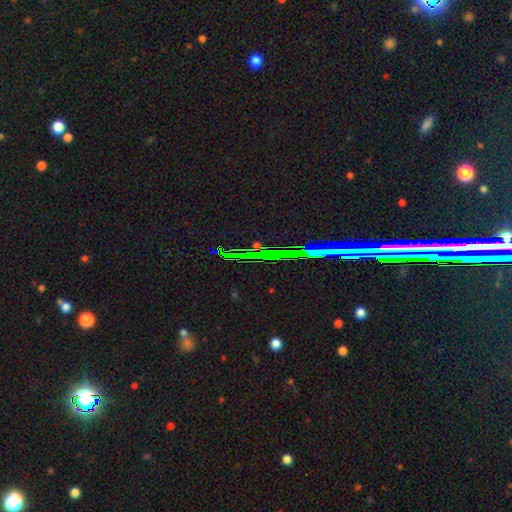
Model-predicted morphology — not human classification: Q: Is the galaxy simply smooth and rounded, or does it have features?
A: star or artifact — 72%.